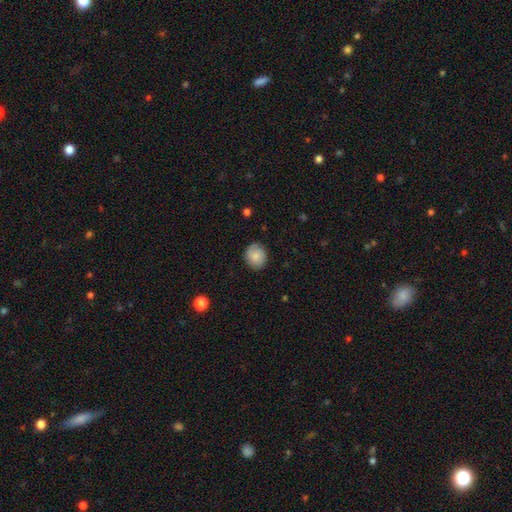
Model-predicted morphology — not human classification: Q: Smooth or featured?
A: smooth (73%); runner-up: featured or disk (19%)
Q: How rounded?
A: round (73%); runner-up: in between (26%)
Q: Merging?
A: none (81%); runner-up: minor disturbance (15%)